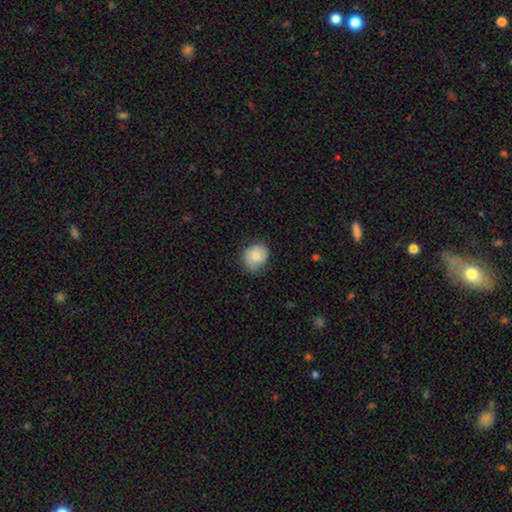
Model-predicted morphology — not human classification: The model was most divided on "how rounded": round: 72%, in between: 27%, cigar-shaped: 1%. More confident: smooth or featured — smooth (77%); merging — none (71%).